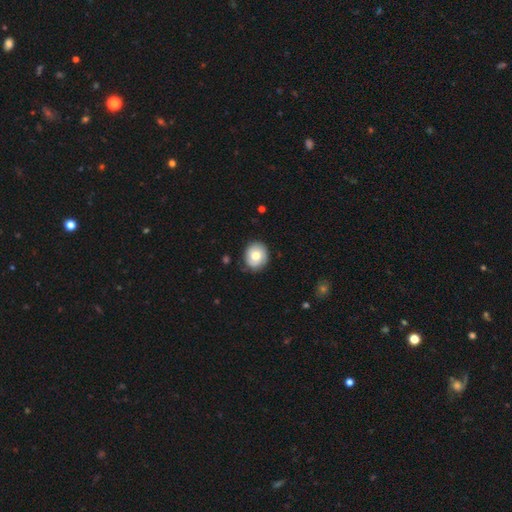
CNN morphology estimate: A smooth galaxy with no disk features (65%) that is round (71%). Merging: none (79%).